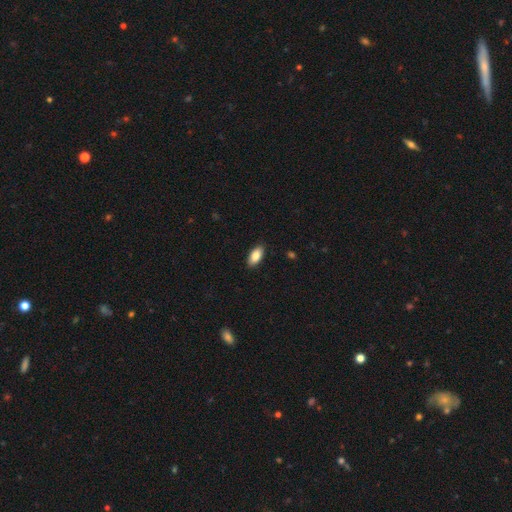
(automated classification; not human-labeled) This is clearly a smooth galaxy (86%). How rounded: clearly in between (92%). Merging: clearly none (89%).